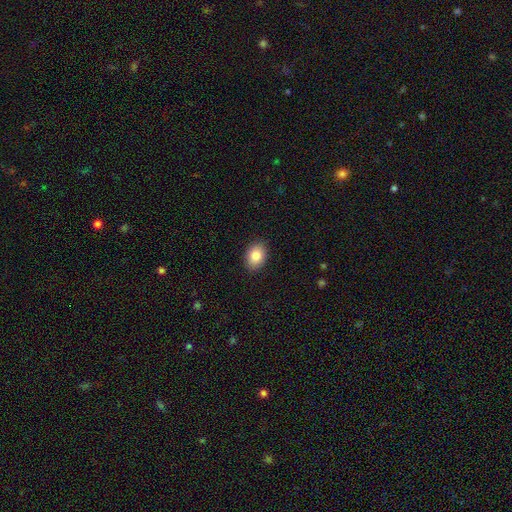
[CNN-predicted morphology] smooth 86%, star or artifact 8%, featured or disk 7%. Down the decision tree: how rounded — in between (77%); merging — none (89%).